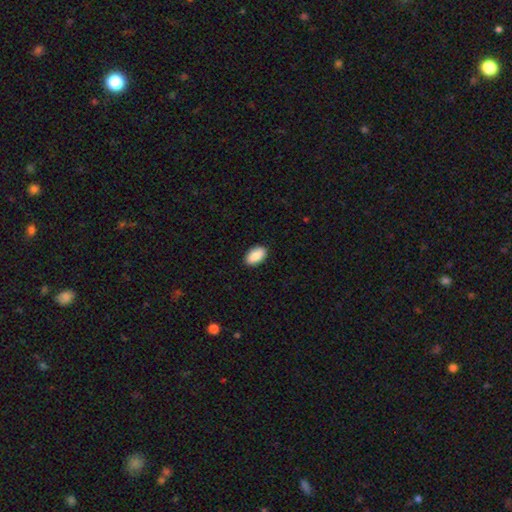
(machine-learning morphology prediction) smooth_or_featured: smooth (p=0.90) [alt: star or artifact p=0.06]
how_rounded: in between (p=0.95) [alt: round p=0.04]
merging: none (p=0.90) [alt: minor disturbance p=0.07]